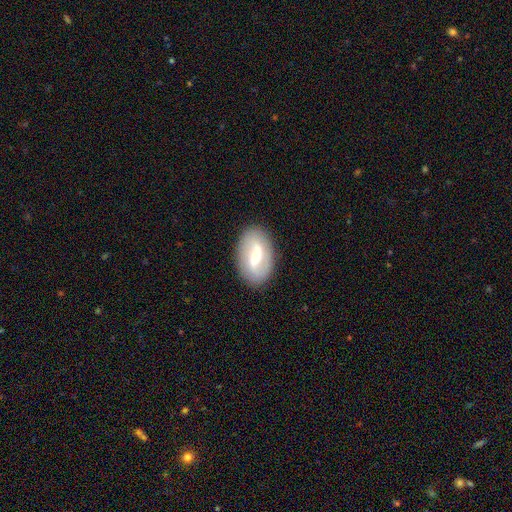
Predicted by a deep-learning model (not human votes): Q: Smooth or featured?
A: featured or disk (67%); runner-up: smooth (27%)
Q: Edge-on disk?
A: no (93%); runner-up: yes (7%)
Q: Bar?
A: weak (44%); runner-up: strong (43%)
Q: Spiral arms?
A: yes (71%); runner-up: no (29%)
Q: Bulge size?
A: moderate (52%); runner-up: small (41%)
Q: Merging?
A: none (87%); runner-up: minor disturbance (9%)